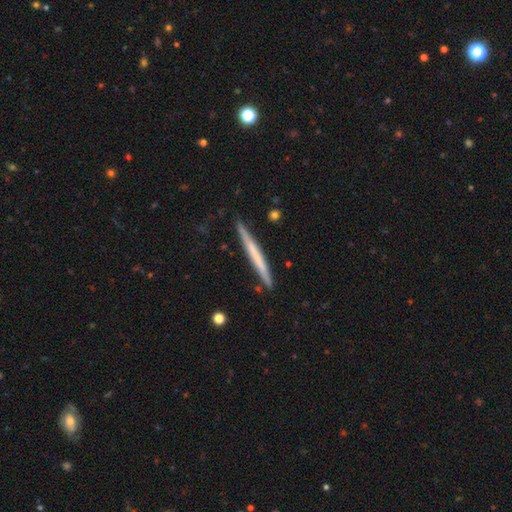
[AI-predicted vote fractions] This is possibly a smooth galaxy (48%). Merging: clearly none (88%).